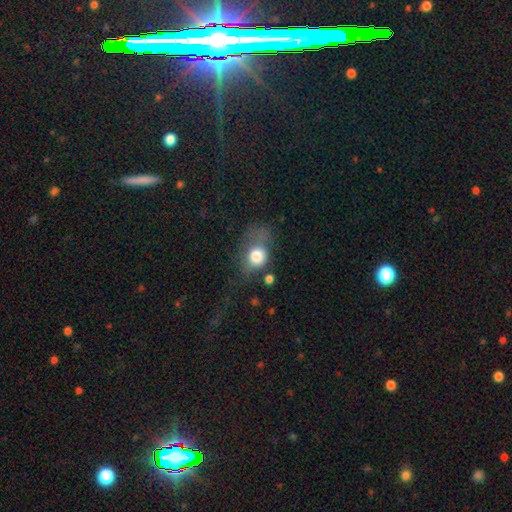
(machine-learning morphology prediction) smooth 77%, featured or disk 13%, star or artifact 10%. Down the decision tree: how rounded — round (54%); merging — major disturbance (36%).